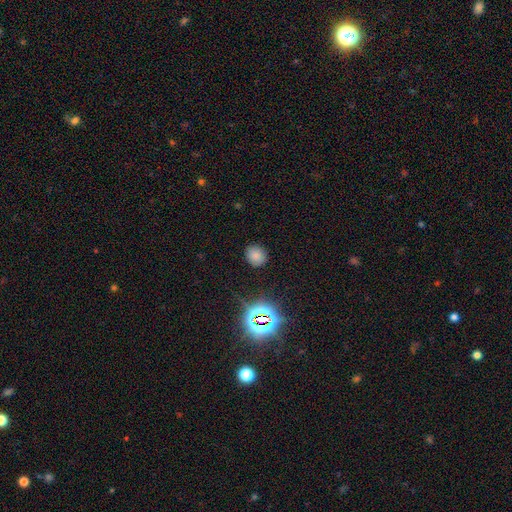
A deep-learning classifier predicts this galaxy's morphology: This is likely a smooth galaxy (75%). How rounded: likely round (73%). Merging: clearly none (86%).